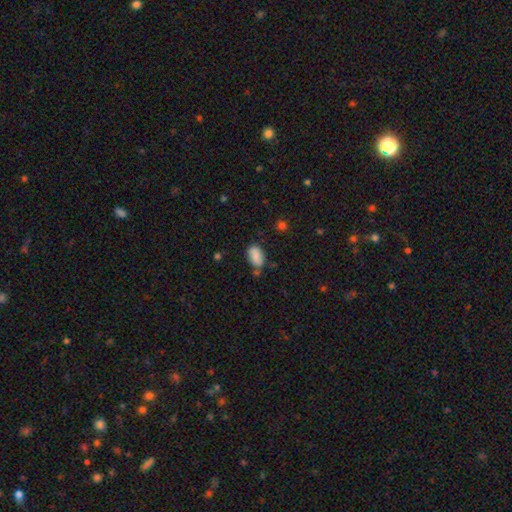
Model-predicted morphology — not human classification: This is clearly a smooth galaxy (84%). How rounded: clearly in between (91%). Merging: likely none (64%).